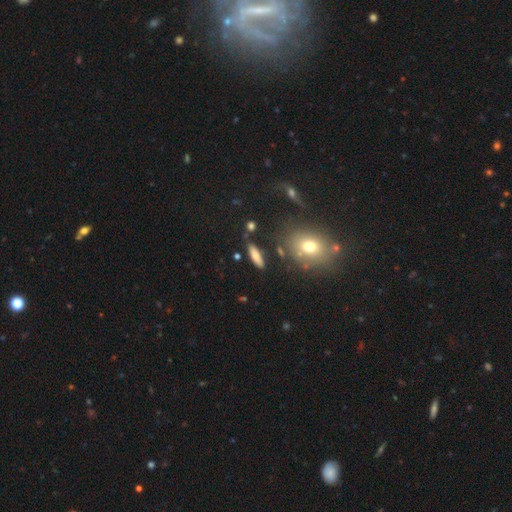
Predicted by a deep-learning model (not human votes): Smooth or featured: smooth — 74% (featured or disk — 17%)
How rounded: cigar-shaped — 52% (in between — 44%)
Merging: none — 83% (minor disturbance — 11%)